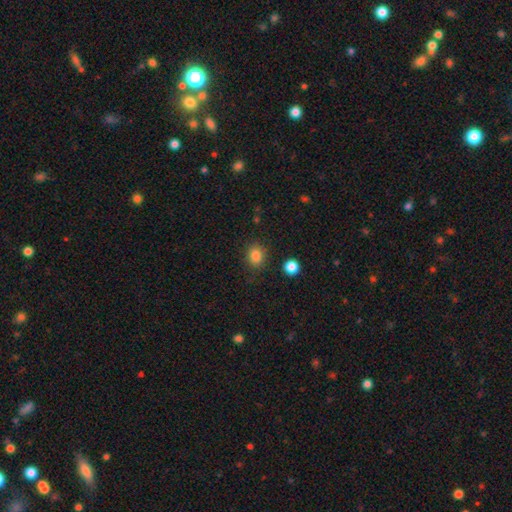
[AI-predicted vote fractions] This appears to be a smooth galaxy with no disk features (85%) that is round (60%). Merging: none (85%).